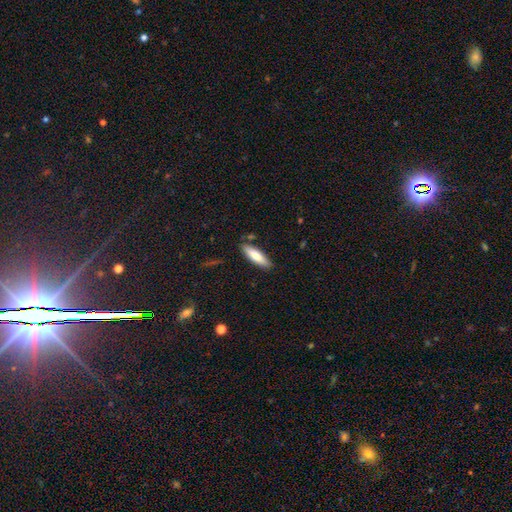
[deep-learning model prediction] Smooth or featured? Predicted: smooth (p=0.74). How rounded? Predicted: cigar-shaped (p=0.58). Merging? Predicted: none (p=0.84).